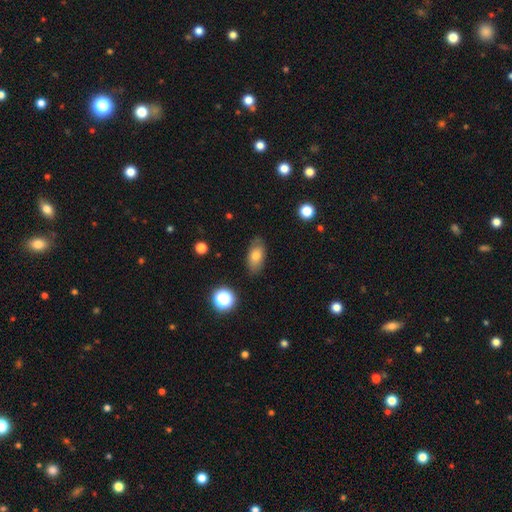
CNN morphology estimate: smooth 75%, featured or disk 16%, star or artifact 10%. Down the decision tree: how rounded — in between (87%); merging — none (80%).